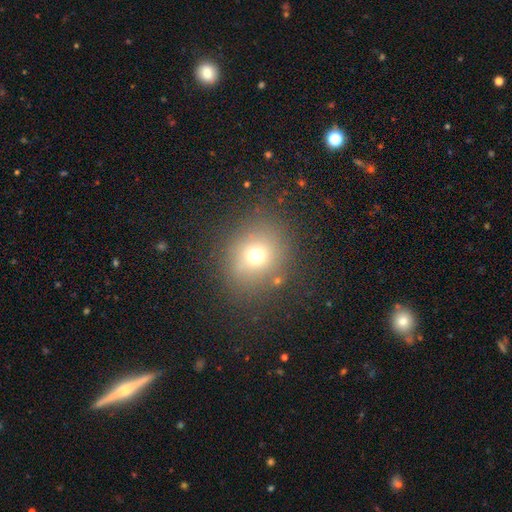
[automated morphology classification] Smooth or featured? Predicted: smooth (p=0.68). How rounded? Predicted: round (p=0.80). Merging? Predicted: none (p=0.82).